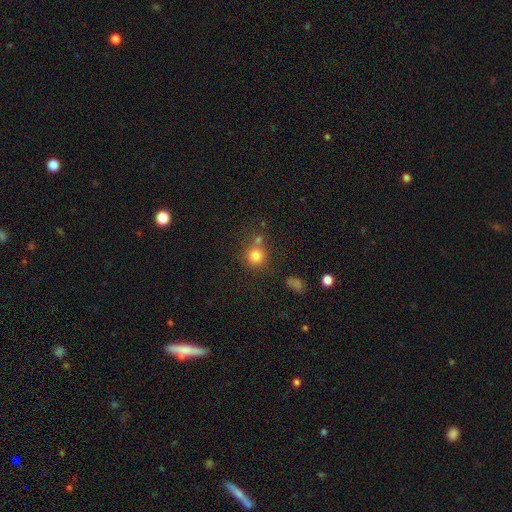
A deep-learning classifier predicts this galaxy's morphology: Smooth or featured: smooth — 80% (star or artifact — 13%)
How rounded: round — 89% (in between — 10%)
Merging: none — 61% (merger — 23%)